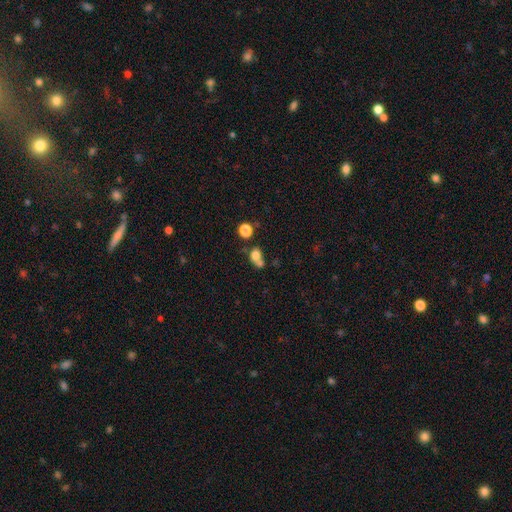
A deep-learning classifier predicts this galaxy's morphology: Q: Smooth or featured?
A: smooth (74%); runner-up: star or artifact (13%)
Q: How rounded?
A: round (61%); runner-up: in between (38%)
Q: Merging?
A: merger (49%); runner-up: none (33%)